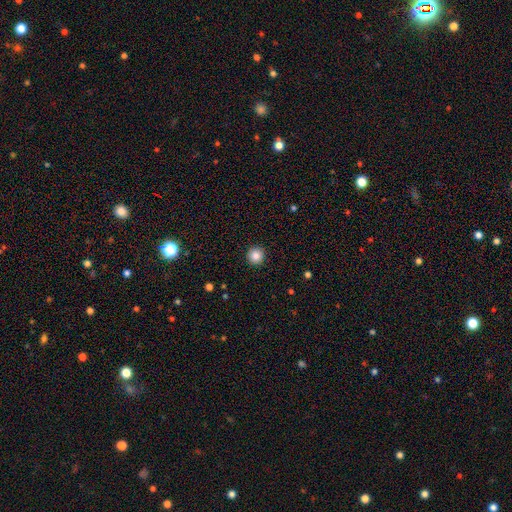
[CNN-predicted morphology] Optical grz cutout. It shows a smooth galaxy with no disk features (85%) that is round (95%). Merging: none (93%).